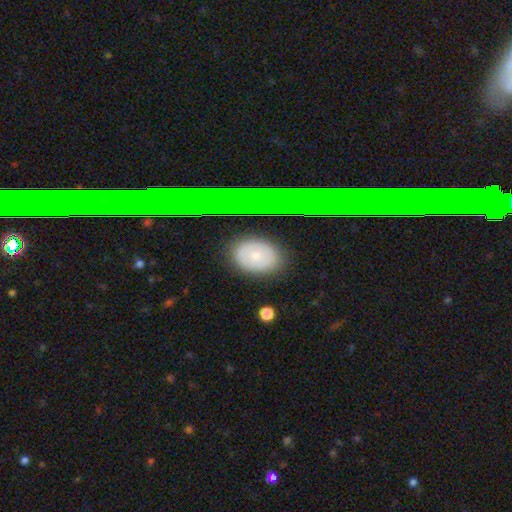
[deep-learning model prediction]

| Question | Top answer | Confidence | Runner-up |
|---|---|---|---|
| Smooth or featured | smooth | 70% | featured or disk (18%) |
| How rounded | in between | 71% | round (28%) |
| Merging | none | 84% | minor disturbance (11%) |